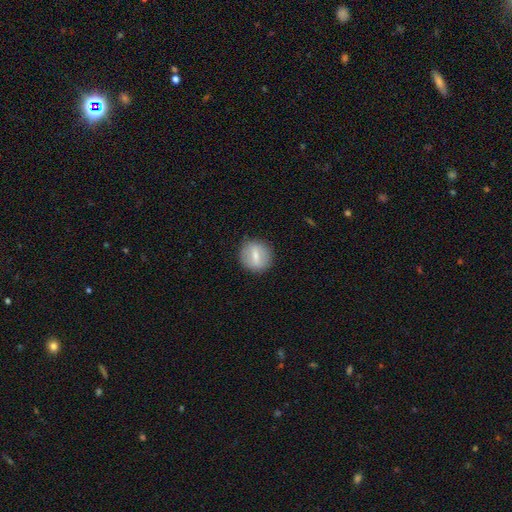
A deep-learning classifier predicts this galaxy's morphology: smooth 55%, featured or disk 38%, star or artifact 7%. Down the decision tree: how rounded — round (77%); merging — none (87%).